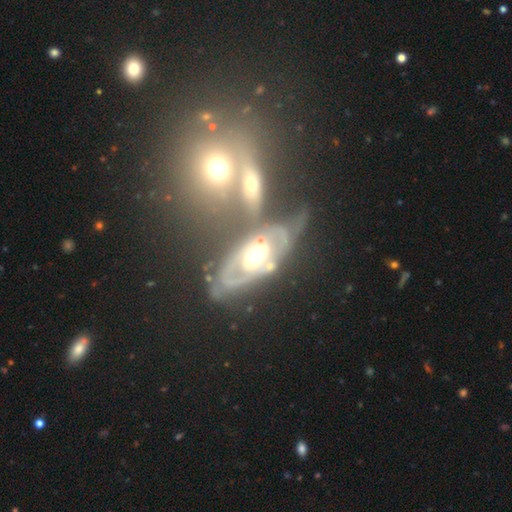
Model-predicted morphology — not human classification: Smooth or featured: featured or disk — 79% (smooth — 13%)
Edge-on disk: no — 89% (yes — 11%)
Bar: no — 70% (weak — 20%)
Spiral arms: yes — 70% (no — 30%)
Bulge size: moderate — 69% (large — 16%)
Merging: none — 39% (merger — 33%)